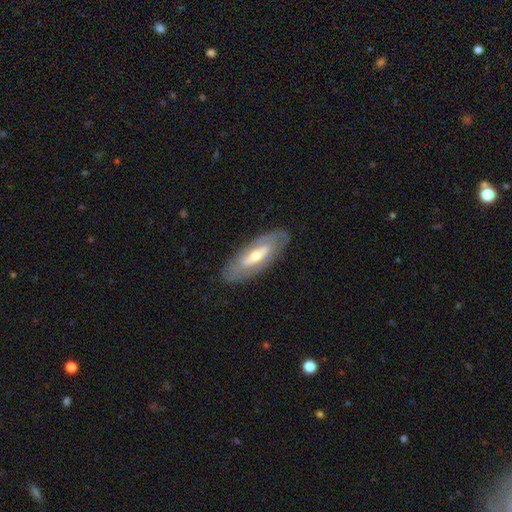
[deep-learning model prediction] smooth_or_featured: featured or disk (p=0.64) [alt: smooth p=0.30]
disk_edge_on: no (p=0.74) [alt: yes p=0.26]
merging: none (p=0.83) [alt: minor disturbance p=0.12]